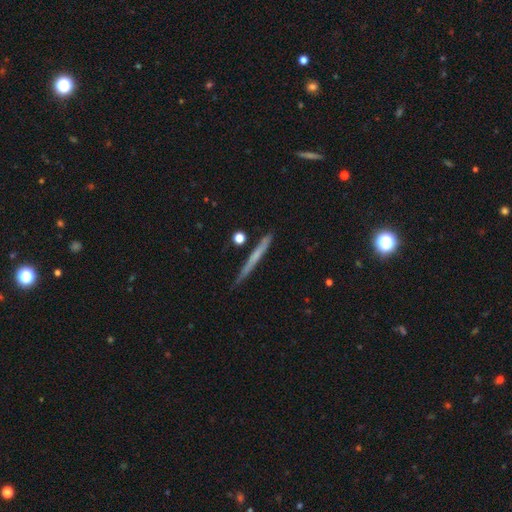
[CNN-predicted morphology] Overall: smooth (47%; featured or disk 46%). Merging: none (86%).